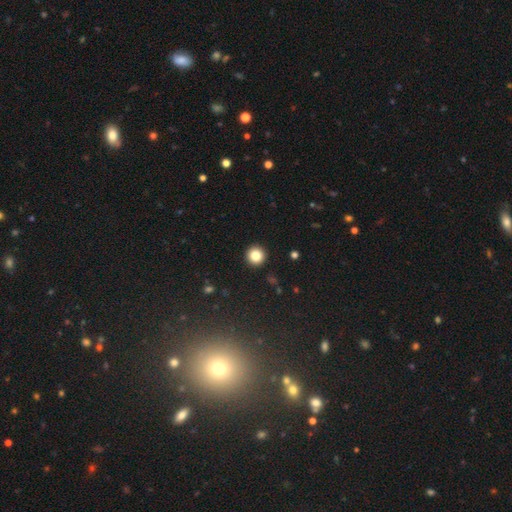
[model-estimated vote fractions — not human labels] Q: Smooth or featured?
A: smooth (85%); runner-up: star or artifact (11%)
Q: How rounded?
A: round (95%); runner-up: in between (4%)
Q: Merging?
A: none (93%); runner-up: minor disturbance (4%)